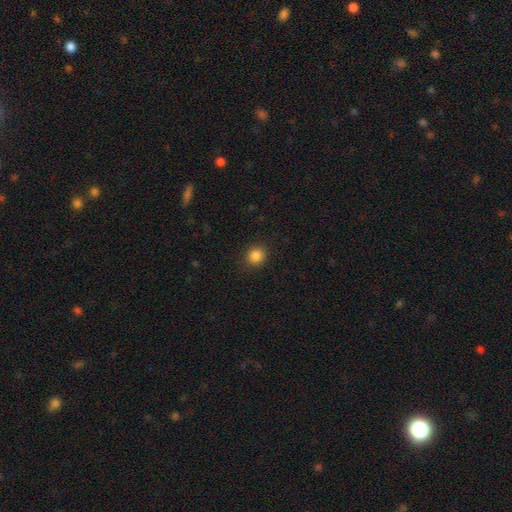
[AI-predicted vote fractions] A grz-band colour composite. It shows a smooth galaxy with no disk features (86%) that is round (85%). Merging: none (89%).